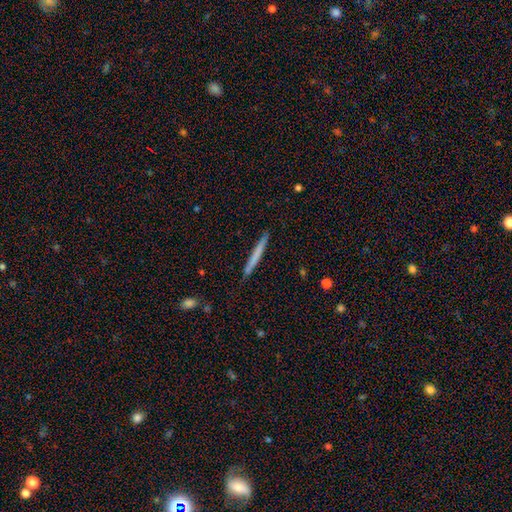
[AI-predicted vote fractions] Morphology: type=smooth (62%); roundness=cigar-shaped (97%); merging=none (89%).